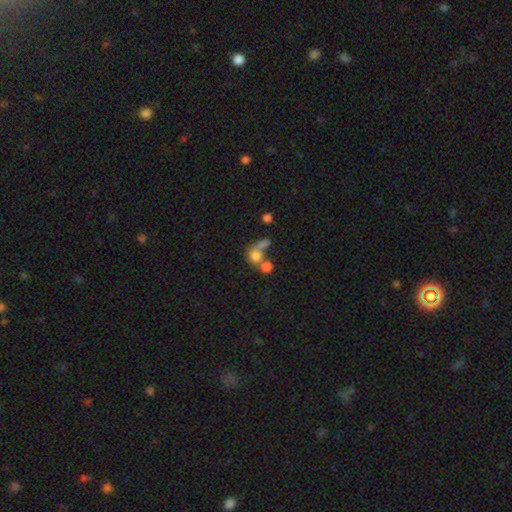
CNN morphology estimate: This appears to be a smooth galaxy with no disk features (71%) that is round (73%). Merging: merger (52%).